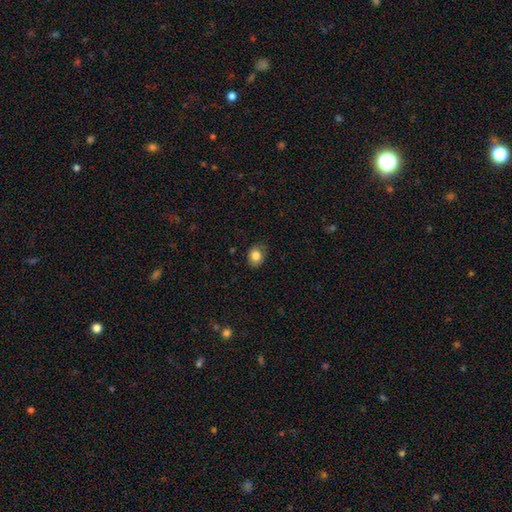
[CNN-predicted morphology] Q: Smooth or featured?
A: smooth (83%); runner-up: star or artifact (9%)
Q: How rounded?
A: round (53%); runner-up: in between (46%)
Q: Merging?
A: none (77%); runner-up: minor disturbance (18%)